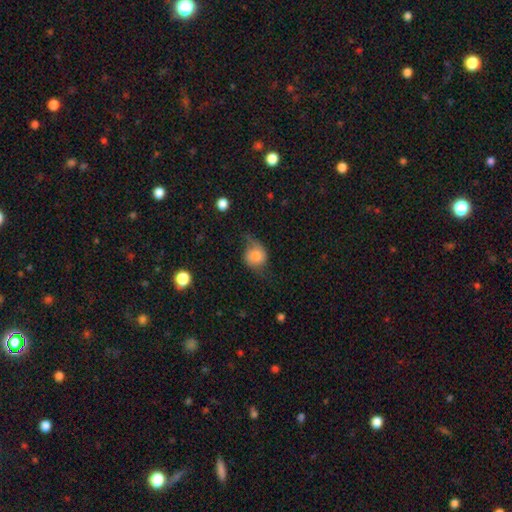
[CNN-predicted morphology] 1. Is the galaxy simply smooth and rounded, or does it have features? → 55% smooth, 36% featured or disk, 9% star or artifact.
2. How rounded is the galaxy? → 63% round, 36% in between, 1% cigar-shaped.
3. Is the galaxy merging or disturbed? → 48% none, 32% minor disturbance, 18% major disturbance, 2% merger.